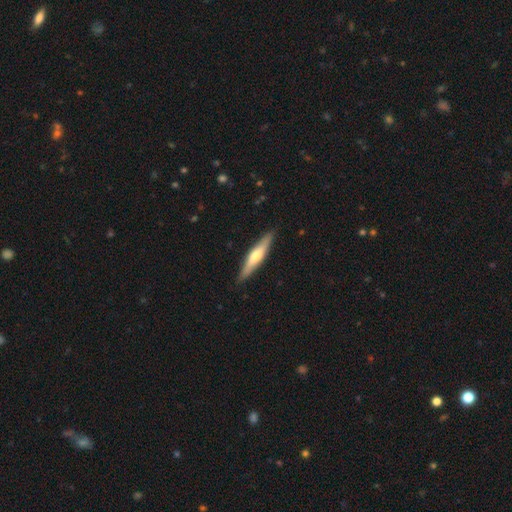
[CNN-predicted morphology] This is possibly a featured or disk galaxy (55%). It is clearly viewed edge-on (95%). Edge-on bulge: clearly rounded (87%). Merging: clearly none (89%).